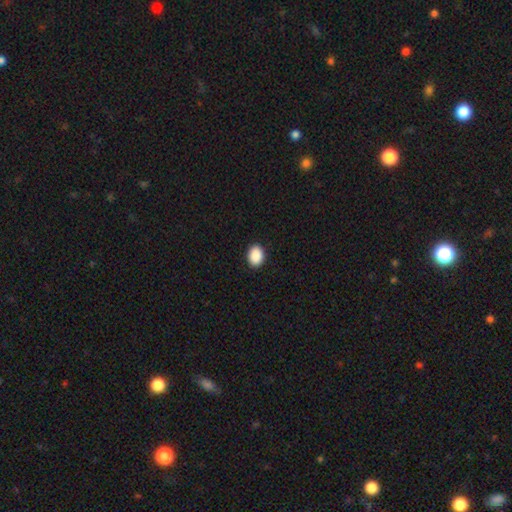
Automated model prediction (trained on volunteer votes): Smooth or featured: smooth — 90% (star or artifact — 7%)
How rounded: in between — 70% (round — 29%)
Merging: none — 91% (minor disturbance — 6%)